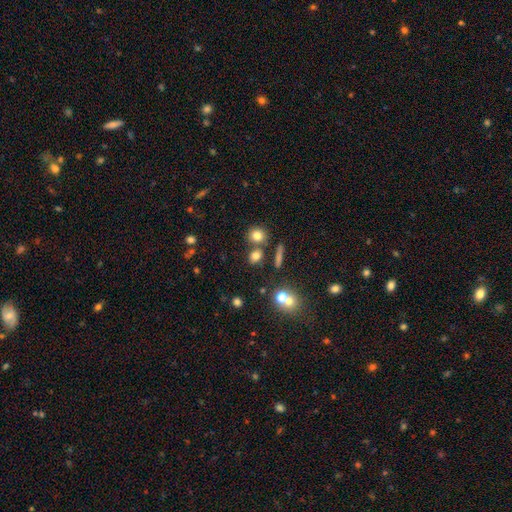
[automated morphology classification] Q: Smooth or featured?
A: smooth (76%); runner-up: star or artifact (15%)
Q: How rounded?
A: round (59%); runner-up: in between (35%)
Q: Merging?
A: none (70%); runner-up: merger (17%)